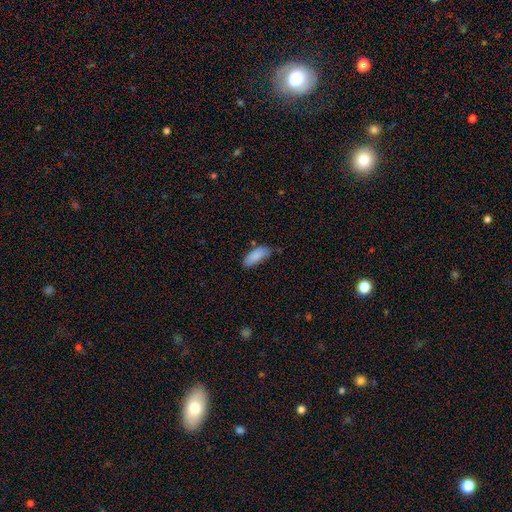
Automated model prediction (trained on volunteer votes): A smooth galaxy with no disk features (87%) that is in between round and cigar-shaped (80%). Merging: none (68%).